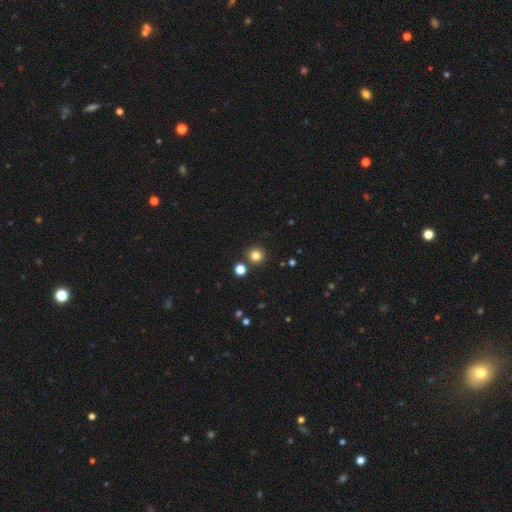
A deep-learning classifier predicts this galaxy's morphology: This appears to be a smooth galaxy with no disk features (81%) that is round (95%). Merging: none (87%).